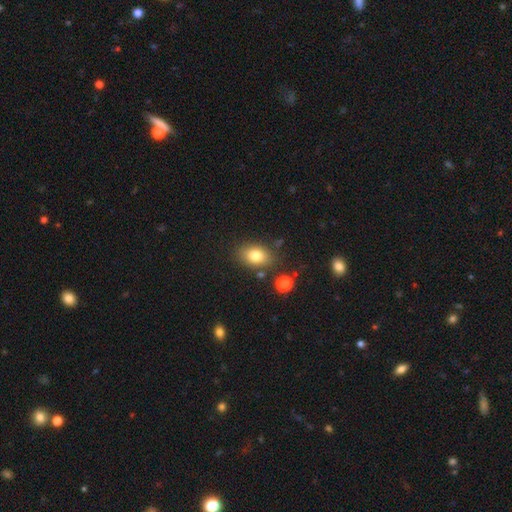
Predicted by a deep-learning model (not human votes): This is likely a smooth galaxy (80%). How rounded: likely in between (76%). Merging: likely none (79%).